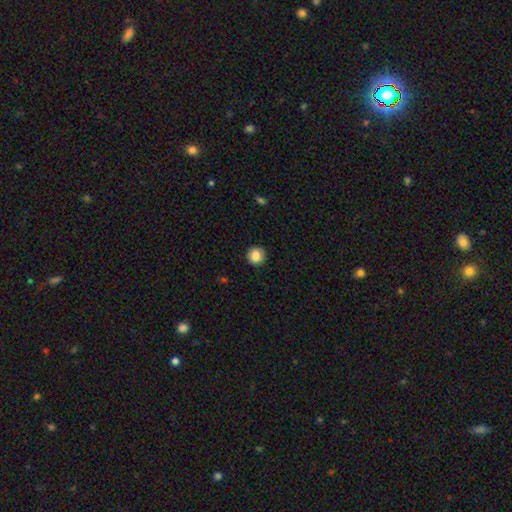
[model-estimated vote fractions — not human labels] Q: Smooth or featured?
A: smooth (86%); runner-up: star or artifact (9%)
Q: How rounded?
A: round (92%); runner-up: in between (7%)
Q: Merging?
A: none (91%); runner-up: minor disturbance (6%)